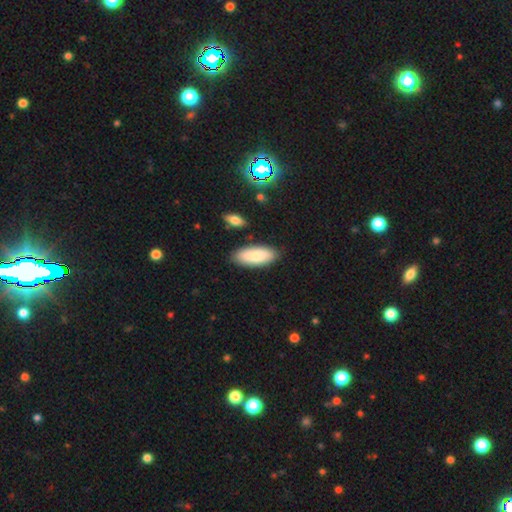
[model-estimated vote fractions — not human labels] smooth 84%, featured or disk 10%, star or artifact 6%. Down the decision tree: how rounded — in between (82%); merging — none (83%).